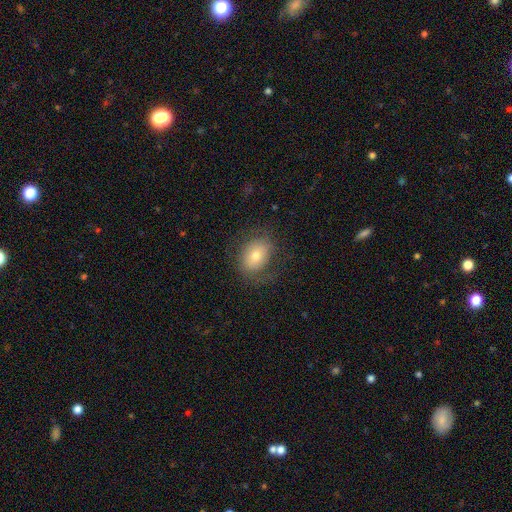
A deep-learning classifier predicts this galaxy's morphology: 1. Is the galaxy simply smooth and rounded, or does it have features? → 66% smooth, 24% featured or disk, 9% star or artifact.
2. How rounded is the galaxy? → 63% in between, 35% round, 1% cigar-shaped.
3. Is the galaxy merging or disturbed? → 73% none, 16% minor disturbance, 10% major disturbance, 1% merger.